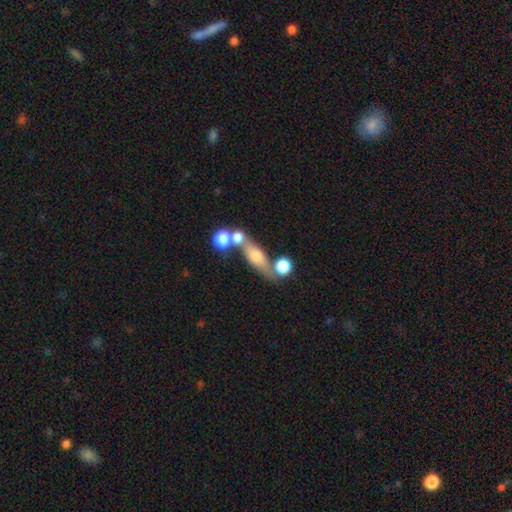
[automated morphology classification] The model was most divided on "how rounded": cigar-shaped: 43%, in between: 40%, round: 17%. More confident: merging — none (54%); smooth or featured — smooth (50%).